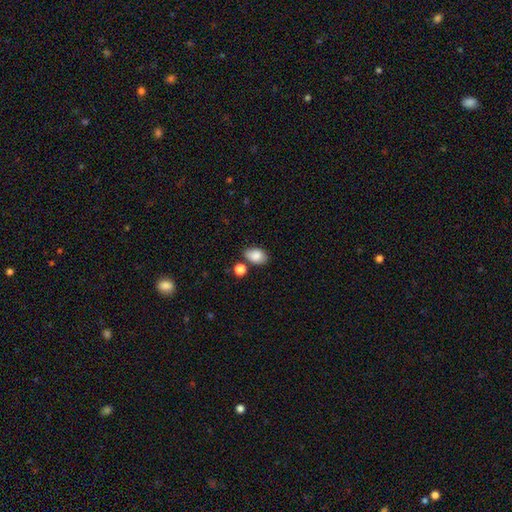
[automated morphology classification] A smooth galaxy with no disk features (86%) that is in between round and cigar-shaped (86%). Merging: none (71%).